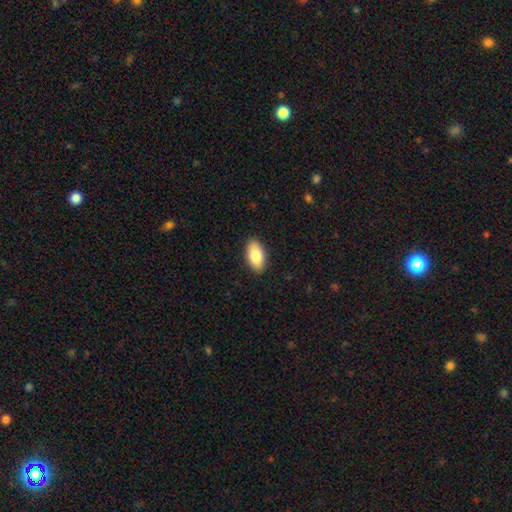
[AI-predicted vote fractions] Smooth or featured: smooth — 82% (featured or disk — 11%)
How rounded: in between — 93% (cigar-shaped — 3%)
Merging: none — 90% (minor disturbance — 8%)